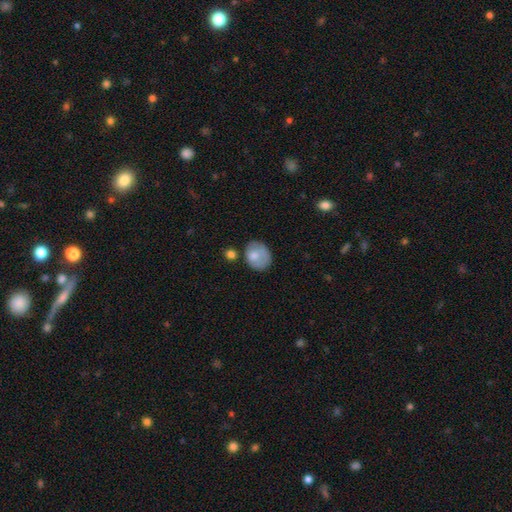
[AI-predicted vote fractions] A smooth galaxy with no disk features (72%) that is round (55%).

Vote fractions:
- Smooth or featured? smooth: 72% / featured or disk: 21% / star or artifact: 7%
- How rounded? round: 55% / in between: 45% / cigar-shaped: 1%
- Merging? none: 53% / minor disturbance: 27% / major disturbance: 10% / merger: 10%